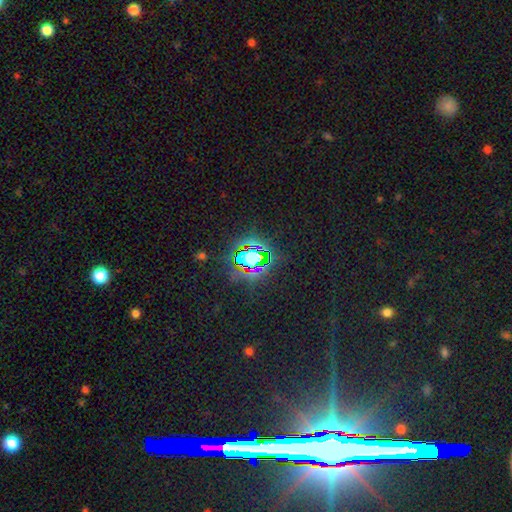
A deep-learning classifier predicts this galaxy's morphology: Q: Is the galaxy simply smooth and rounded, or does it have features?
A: star or artifact — 83%.